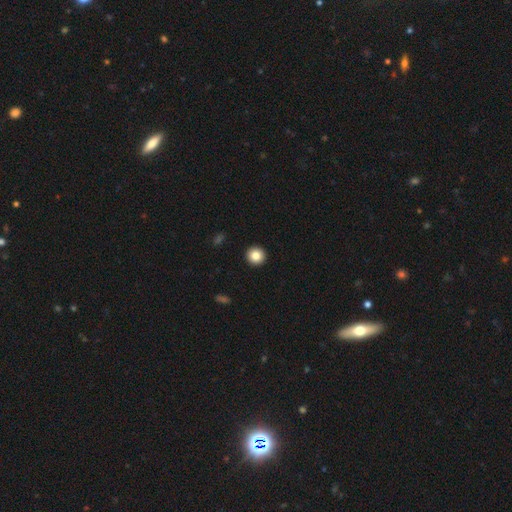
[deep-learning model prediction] Smooth or featured: smooth — 85% (star or artifact — 9%)
How rounded: round — 96% (in between — 4%)
Merging: none — 94% (minor disturbance — 4%)